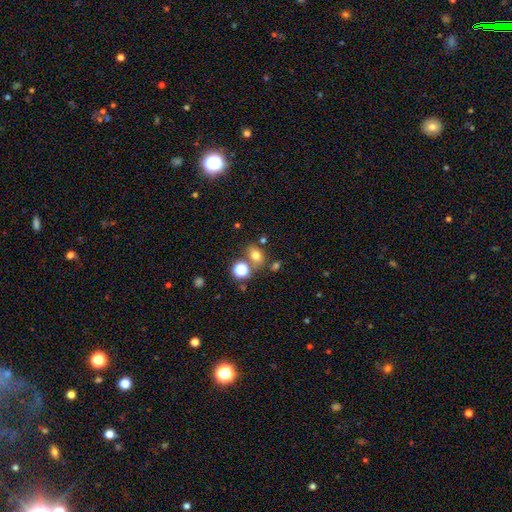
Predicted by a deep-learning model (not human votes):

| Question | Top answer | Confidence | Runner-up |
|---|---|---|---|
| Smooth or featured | smooth | 70% | star or artifact (19%) |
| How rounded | in between | 50% | round (48%) |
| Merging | none | 66% | merger (17%) |